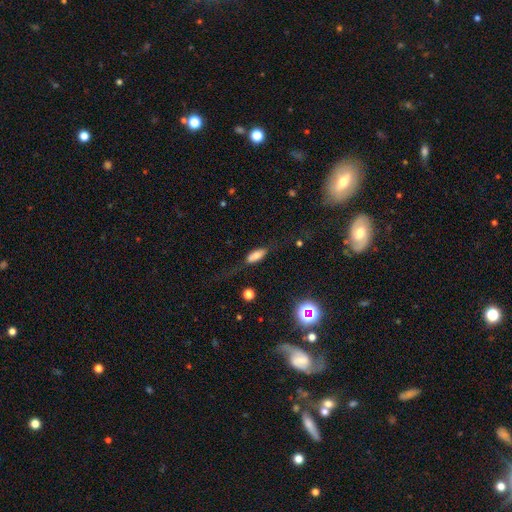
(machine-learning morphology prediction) Smooth or featured? Predicted: smooth (p=0.69). How rounded? Predicted: in between (p=0.69). Merging? Predicted: none (p=0.62).